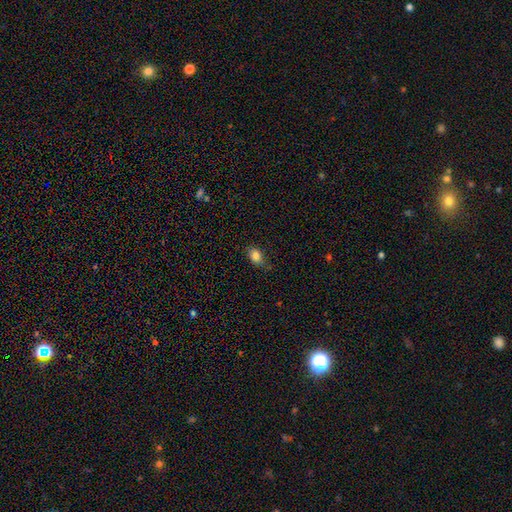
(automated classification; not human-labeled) Smooth or featured? Predicted: smooth (p=0.83). How rounded? Predicted: in between (p=0.74). Merging? Predicted: none (p=0.72).